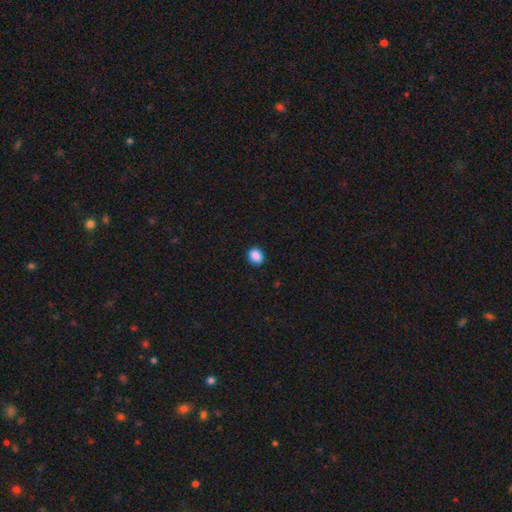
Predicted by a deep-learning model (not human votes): Smooth or featured? Predicted: smooth (p=0.89). How rounded? Predicted: round (p=0.61). Merging? Predicted: none (p=0.90).